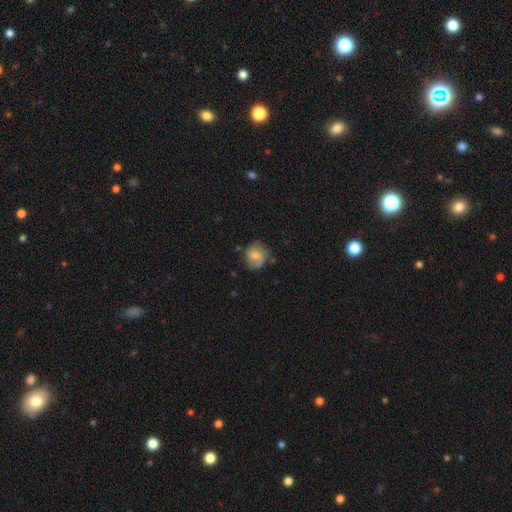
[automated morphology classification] A smooth galaxy with no disk features (48%).

Vote fractions:
- Smooth or featured? smooth: 48% / featured or disk: 44% / star or artifact: 8%
- Merging? none: 62% / minor disturbance: 24% / major disturbance: 11% / merger: 3%